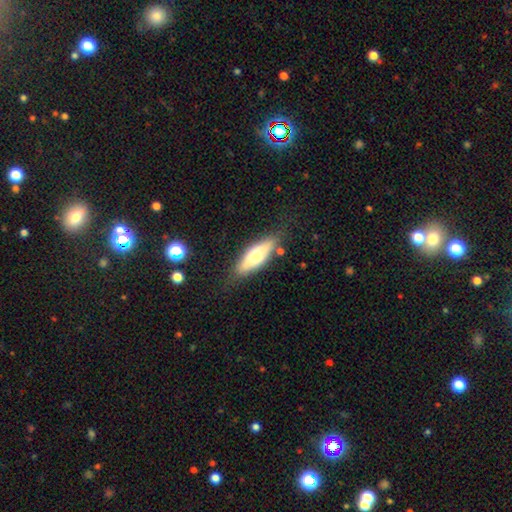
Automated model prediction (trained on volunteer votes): smooth 61%, featured or disk 33%, star or artifact 6%. Down the decision tree: how rounded — in between (58%); merging — none (77%).